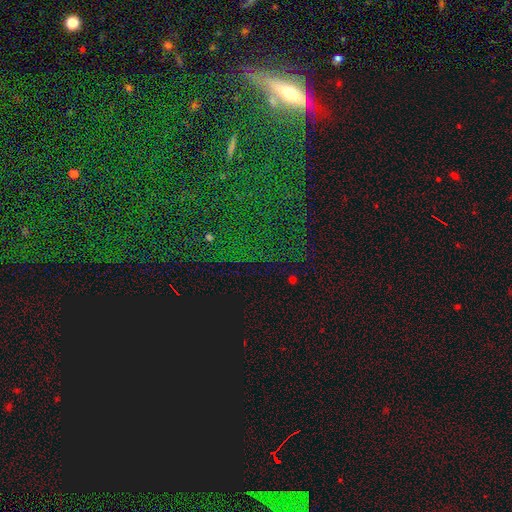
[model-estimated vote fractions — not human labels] The model was most divided on "smooth or featured": star or artifact: 72%, featured or disk: 15%, smooth: 14%.